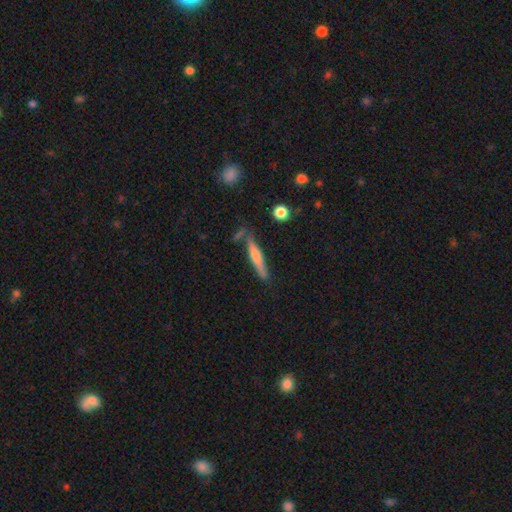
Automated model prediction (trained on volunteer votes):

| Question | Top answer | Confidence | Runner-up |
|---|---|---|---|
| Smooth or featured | featured or disk | 49% | smooth (44%) |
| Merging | none | 79% | minor disturbance (13%) |